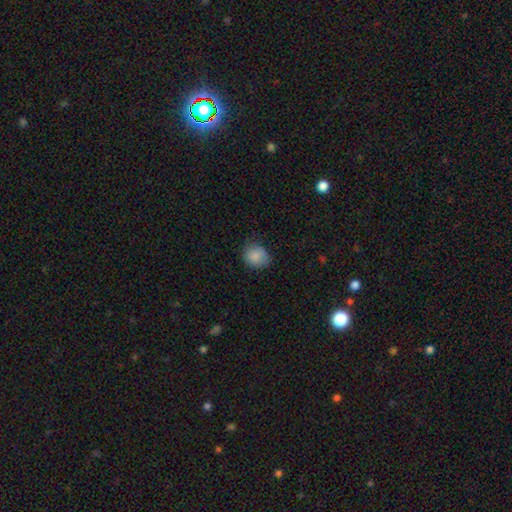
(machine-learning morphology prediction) This is clearly a smooth galaxy (86%). How rounded: likely round (74%). Merging: likely none (71%).